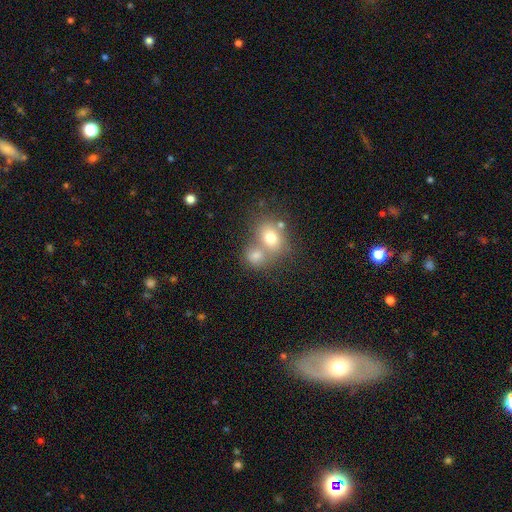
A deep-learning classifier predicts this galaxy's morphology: A smooth galaxy with no disk features (74%) that is round (54%).

Vote fractions:
- Smooth or featured? smooth: 74% / featured or disk: 14% / star or artifact: 12%
- How rounded? round: 54% / in between: 44% / cigar-shaped: 1%
- Merging? merger: 53% / none: 34% / minor disturbance: 8% / major disturbance: 4%